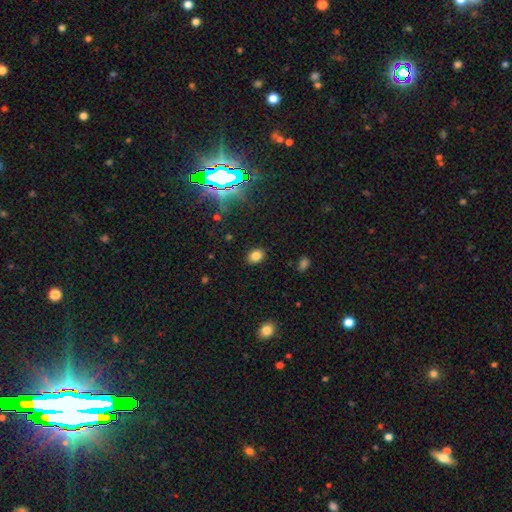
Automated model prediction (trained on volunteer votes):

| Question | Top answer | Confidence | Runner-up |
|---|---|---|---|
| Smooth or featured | smooth | 81% | star or artifact (14%) |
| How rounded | in between | 65% | round (34%) |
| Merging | none | 87% | minor disturbance (8%) |